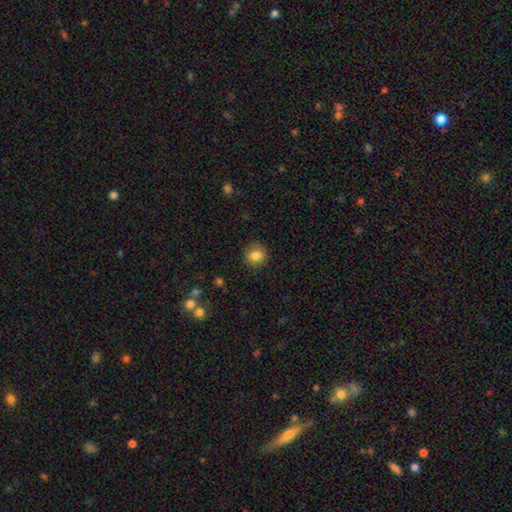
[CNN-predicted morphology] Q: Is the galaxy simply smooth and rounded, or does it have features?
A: smooth — 83%.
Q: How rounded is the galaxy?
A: round — 84%.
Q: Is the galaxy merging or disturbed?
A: none — 88%.